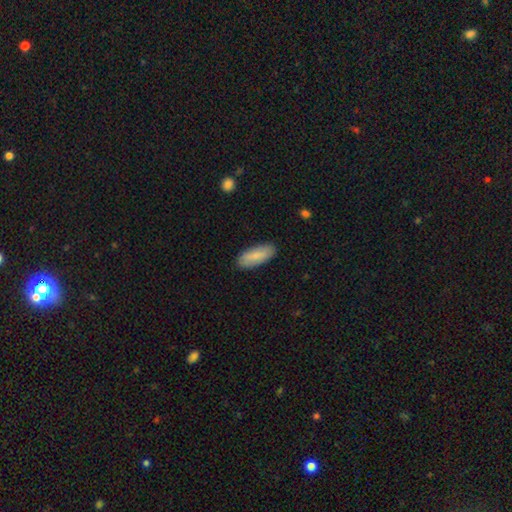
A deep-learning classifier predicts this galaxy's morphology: type=smooth (79%); roundness=in between (75%); merging=none (87%).